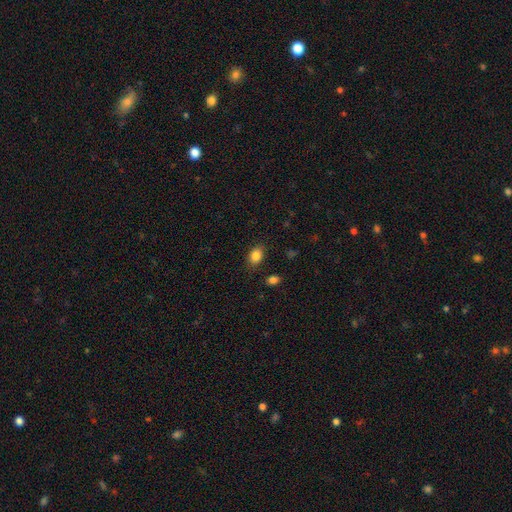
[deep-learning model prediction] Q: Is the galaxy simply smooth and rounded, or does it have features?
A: smooth — 85%.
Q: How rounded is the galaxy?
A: in between — 72%.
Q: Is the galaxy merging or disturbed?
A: none — 82%.